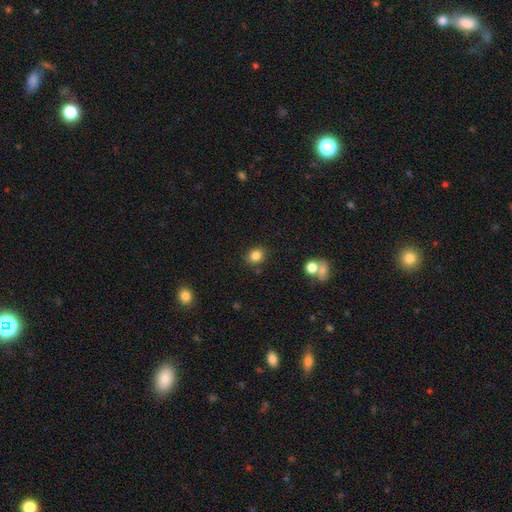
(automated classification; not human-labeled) The model was most divided on "how rounded": round: 73%, in between: 26%, cigar-shaped: 1%. More confident: merging — none (84%); smooth or featured — smooth (83%).